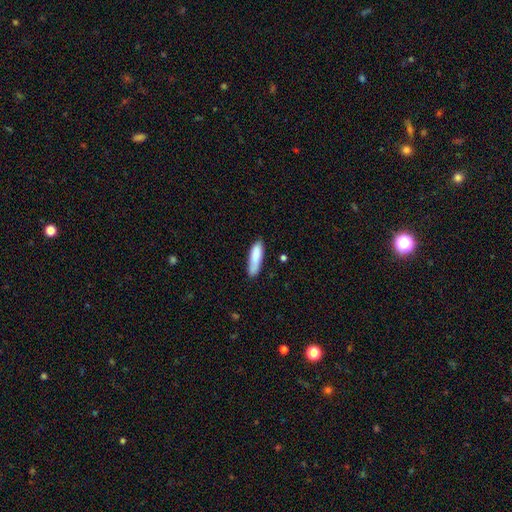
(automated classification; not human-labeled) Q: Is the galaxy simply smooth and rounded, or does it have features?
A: smooth — 85%.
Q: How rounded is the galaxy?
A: cigar-shaped — 59%.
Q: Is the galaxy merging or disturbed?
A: none — 70%.